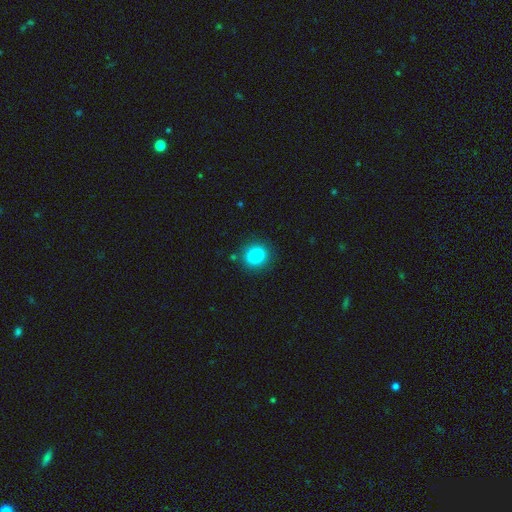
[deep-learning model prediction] smooth-or-featured: smooth: 86% | star or artifact: 9% | featured or disk: 5%
  how-rounded: round: 61% | in between: 38% | cigar-shaped: 1%
  merging: none: 79% | minor disturbance: 13% | major disturbance: 4% | merger: 3%